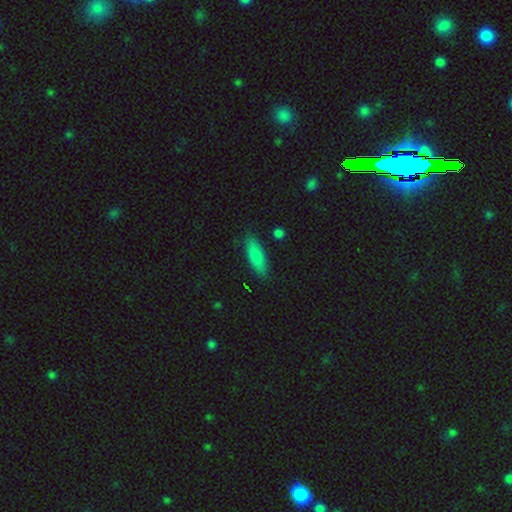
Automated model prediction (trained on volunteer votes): A smooth galaxy with no disk features (80%) that is in between round and cigar-shaped (51%). Merging: none (86%).